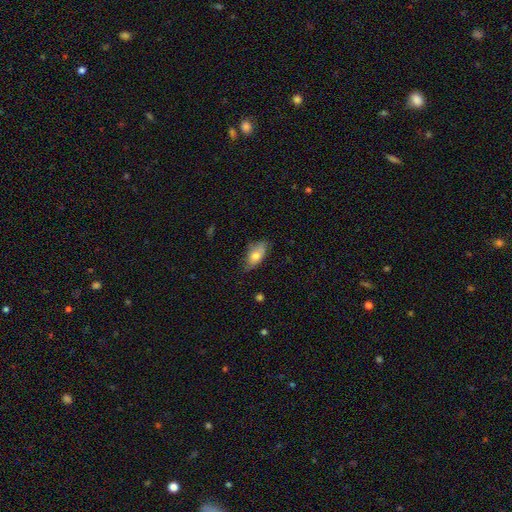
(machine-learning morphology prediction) Smooth or featured? Predicted: smooth (p=0.70). How rounded? Predicted: in between (p=0.87). Merging? Predicted: none (p=0.63).